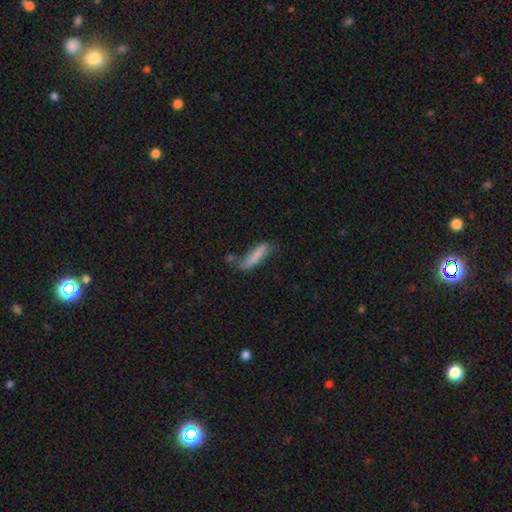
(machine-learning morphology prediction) A smooth galaxy with no disk features (73%) that is cigar-shaped (72%). Merging: none (50%).